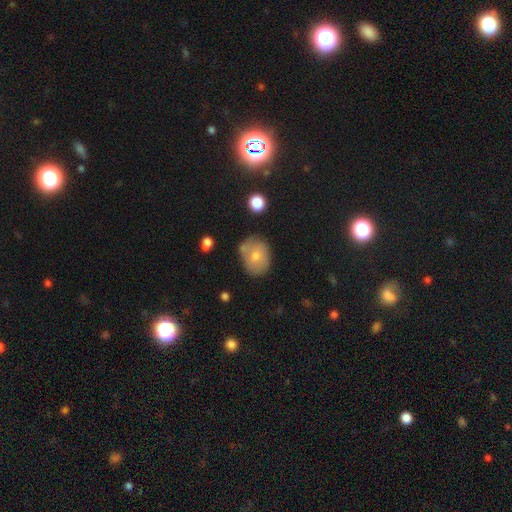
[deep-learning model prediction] Morphology: type=smooth (69%); roundness=in between (51%); merging=none (58%).